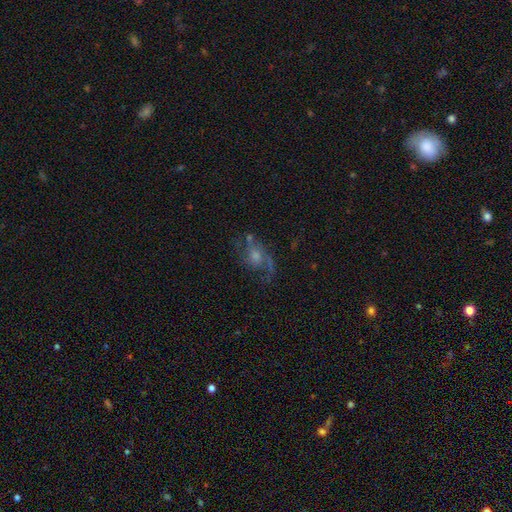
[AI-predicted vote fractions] A featured or disk galaxy (70%) with no bar (67%), 2 (63%) loose (52%) spiral arms (86%) and a moderate central bulge (44%). Merging: none (55%).